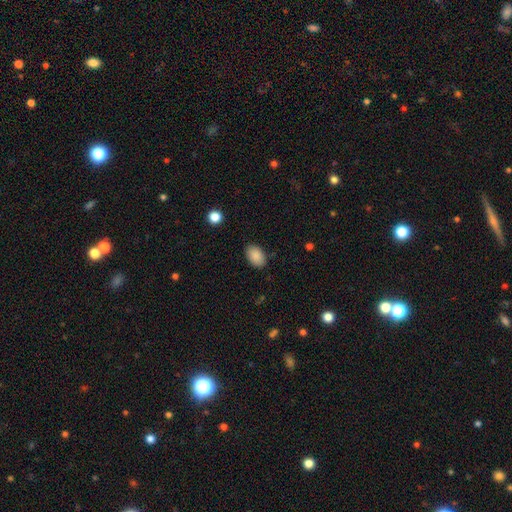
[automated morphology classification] Q: Smooth or featured?
A: smooth (89%); runner-up: star or artifact (8%)
Q: How rounded?
A: in between (90%); runner-up: round (9%)
Q: Merging?
A: none (86%); runner-up: minor disturbance (10%)